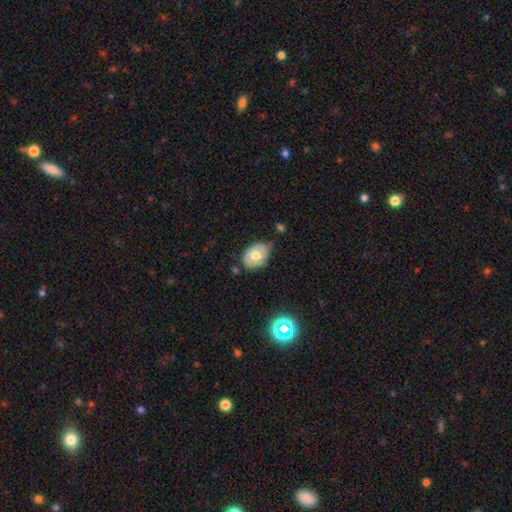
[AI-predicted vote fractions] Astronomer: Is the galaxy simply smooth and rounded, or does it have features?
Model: smooth — 62%.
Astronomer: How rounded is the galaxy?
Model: in between — 71%.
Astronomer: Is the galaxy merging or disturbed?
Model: none — 58%.